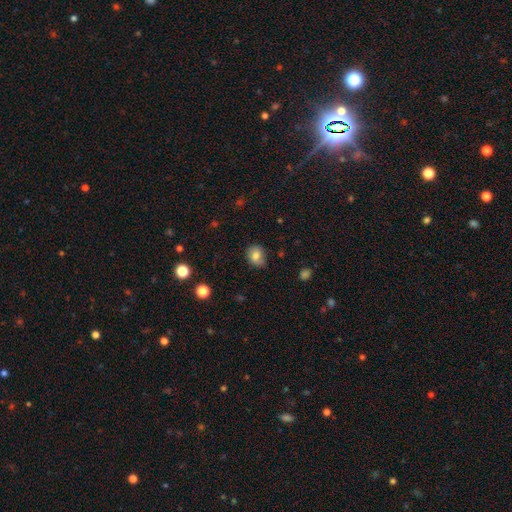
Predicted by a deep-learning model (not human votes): Q: Smooth or featured?
A: smooth (78%); runner-up: featured or disk (11%)
Q: How rounded?
A: round (61%); runner-up: in between (38%)
Q: Merging?
A: none (76%); runner-up: minor disturbance (19%)